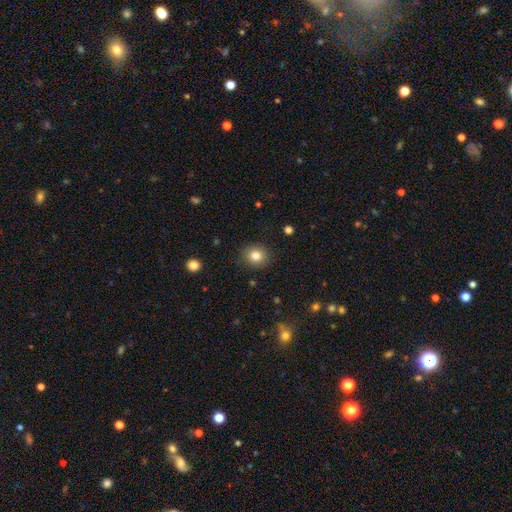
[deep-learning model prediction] This appears to be a smooth galaxy with no disk features (82%) that is round (80%). Merging: none (89%).